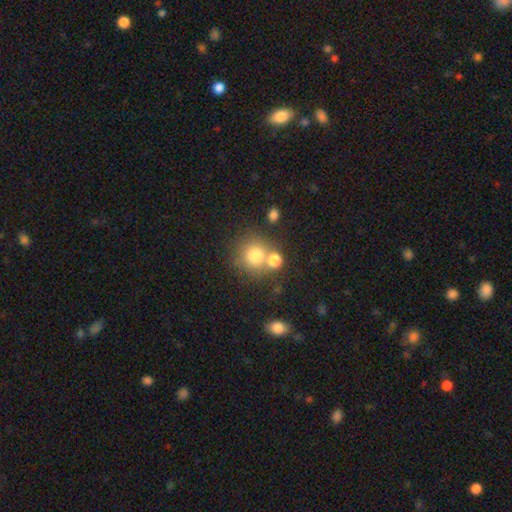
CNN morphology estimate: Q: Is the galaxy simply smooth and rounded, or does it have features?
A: smooth — 76%.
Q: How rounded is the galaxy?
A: round — 89%.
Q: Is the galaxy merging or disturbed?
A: none — 58%.